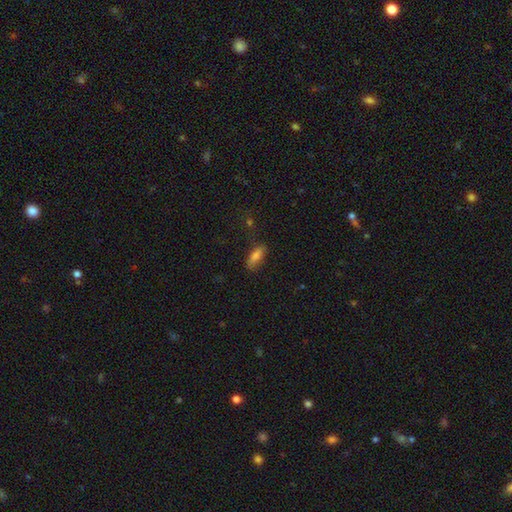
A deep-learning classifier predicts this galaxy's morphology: Smooth or featured?
  - smooth: 78% *
  - featured or disk: 13%
  - star or artifact: 10%
How rounded?
  - in between: 63% *
  - cigar-shaped: 34%
  - round: 3%
Merging?
  - none: 69% *
  - minor disturbance: 22%
  - major disturbance: 7%
  - merger: 3%